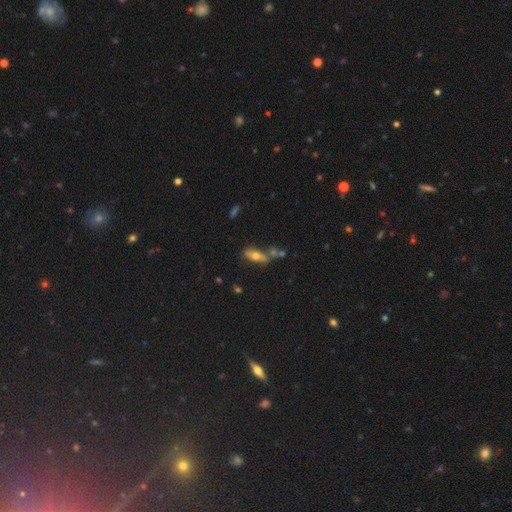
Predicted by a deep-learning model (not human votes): smooth-or-featured: smooth: 56% | featured or disk: 34% | star or artifact: 10%
  how-rounded: in between: 63% | cigar-shaped: 33% | round: 4%
  merging: none: 51% | merger: 23% | minor disturbance: 18% | major disturbance: 8%